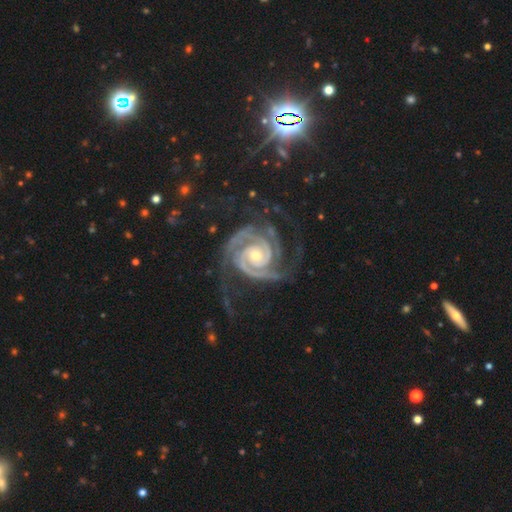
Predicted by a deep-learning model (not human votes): smooth-or-featured: featured or disk: 94% | star or artifact: 4% | smooth: 2%
  disk-edge-on: no: 98% | yes: 2%
    bar: no: 63% | weak: 25% | strong: 12%
    has-spiral-arms: yes: 99% | no: 1%
      spiral-winding: tight: 76% | medium: 21% | loose: 3%
      spiral-arm-count: 2: 50% | 3: 26% | 4: 7% | can't tell: 7% | more than 4: 5% | 1: 5%
    bulge-size: moderate: 50% | small: 46% | large: 3% | none: 1% | dominant: 1%
  merging: none: 64% | minor disturbance: 18% | major disturbance: 16% | merger: 2%